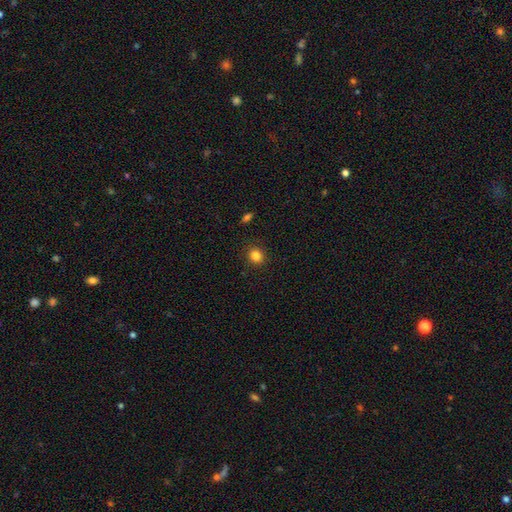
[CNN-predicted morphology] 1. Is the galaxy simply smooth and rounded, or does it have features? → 84% smooth, 11% star or artifact, 5% featured or disk.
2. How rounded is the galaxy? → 78% round, 21% in between, 1% cigar-shaped.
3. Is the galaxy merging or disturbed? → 90% none, 6% minor disturbance, 2% major disturbance, 1% merger.